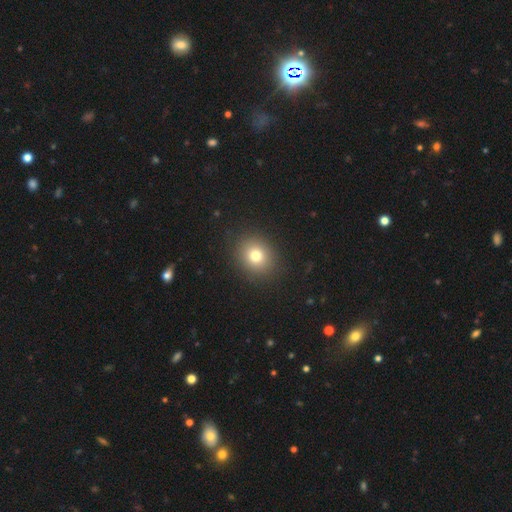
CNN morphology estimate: smooth-or-featured: smooth: 78% | star or artifact: 14% | featured or disk: 9%
  how-rounded: round: 76% | in between: 24% | cigar-shaped: 1%
  merging: none: 90% | minor disturbance: 6% | major disturbance: 3% | merger: 1%